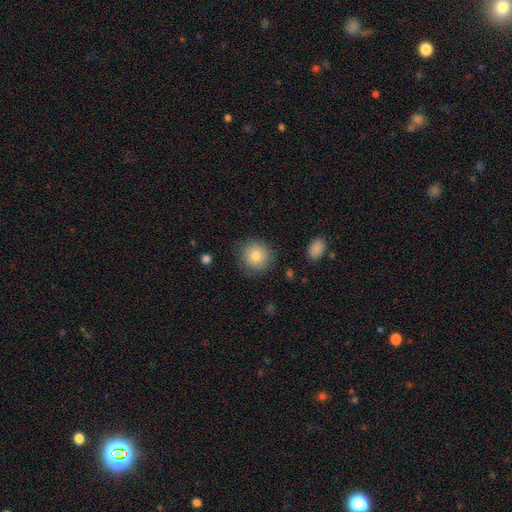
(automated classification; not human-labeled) Smooth or featured? Predicted: smooth (p=0.82). How rounded? Predicted: round (p=0.92). Merging? Predicted: none (p=0.84).